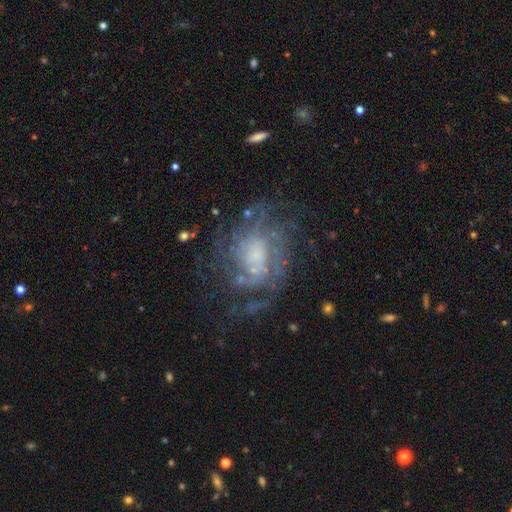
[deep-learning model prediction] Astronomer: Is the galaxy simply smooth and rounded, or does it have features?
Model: featured or disk — 77%.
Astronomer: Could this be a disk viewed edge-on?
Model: no — 97%.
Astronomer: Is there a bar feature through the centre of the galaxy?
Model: no — 69%.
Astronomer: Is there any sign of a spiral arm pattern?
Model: yes — 82%.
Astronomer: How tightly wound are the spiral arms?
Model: tight — 50% (runner-up: medium, 34%).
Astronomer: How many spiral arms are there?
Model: can't tell — 49%.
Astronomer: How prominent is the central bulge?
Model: small — 32% (runner-up: moderate, 28%).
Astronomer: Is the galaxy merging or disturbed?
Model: none — 60%.